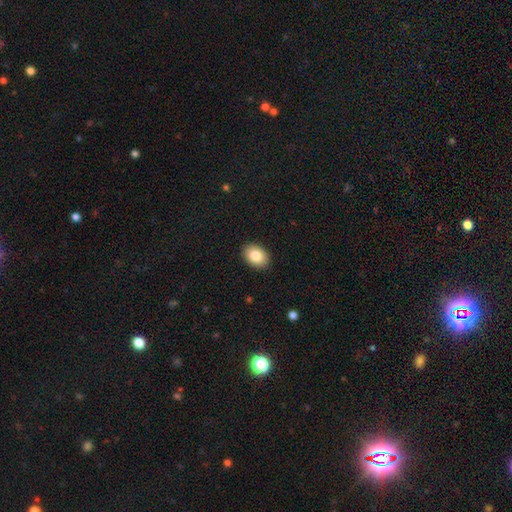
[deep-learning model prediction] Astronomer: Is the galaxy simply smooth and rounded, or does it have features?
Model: smooth — 85%.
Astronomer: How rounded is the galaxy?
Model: in between — 79%.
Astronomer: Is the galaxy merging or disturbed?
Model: none — 90%.